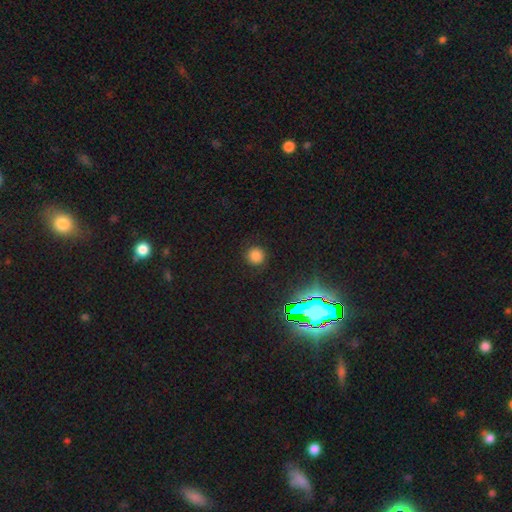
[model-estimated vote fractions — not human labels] This is likely a smooth galaxy (73%). How rounded: clearly round (92%). Merging: clearly none (87%).